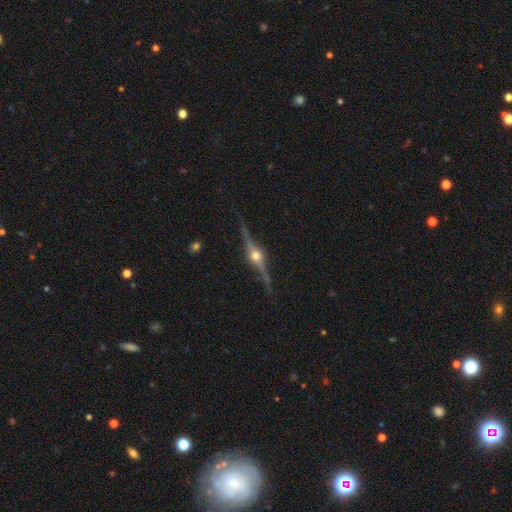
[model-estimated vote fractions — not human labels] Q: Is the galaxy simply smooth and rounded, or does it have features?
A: featured or disk — 90%.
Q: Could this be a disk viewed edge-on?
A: yes — 97%.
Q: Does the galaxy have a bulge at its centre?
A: rounded — 96%.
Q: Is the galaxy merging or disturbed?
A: none — 87%.